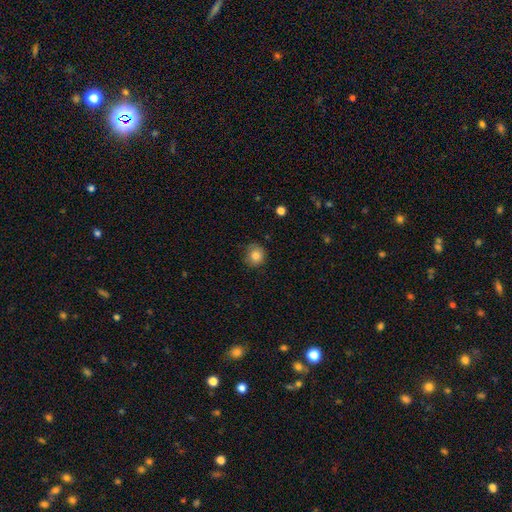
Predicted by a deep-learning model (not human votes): This appears to be a smooth galaxy with no disk features (83%) that is round (88%). Merging: none (74%).